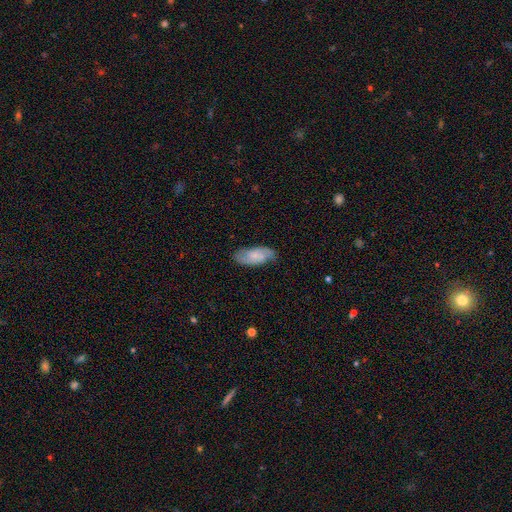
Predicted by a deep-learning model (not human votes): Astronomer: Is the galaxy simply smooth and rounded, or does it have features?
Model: featured or disk — 48% (runner-up: smooth, 45%).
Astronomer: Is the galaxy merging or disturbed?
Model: none — 77%.